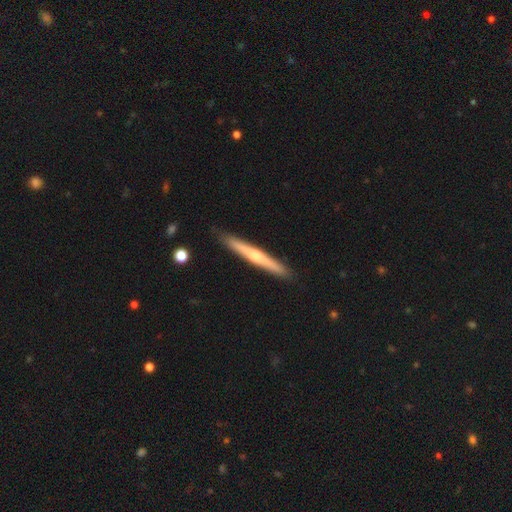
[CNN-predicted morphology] Smooth or featured: featured or disk — 59% (smooth — 36%)
Edge-on disk: yes — 97% (no — 3%)
Edge-on bulge: rounded — 78% (none — 18%)
Merging: none — 90% (minor disturbance — 7%)